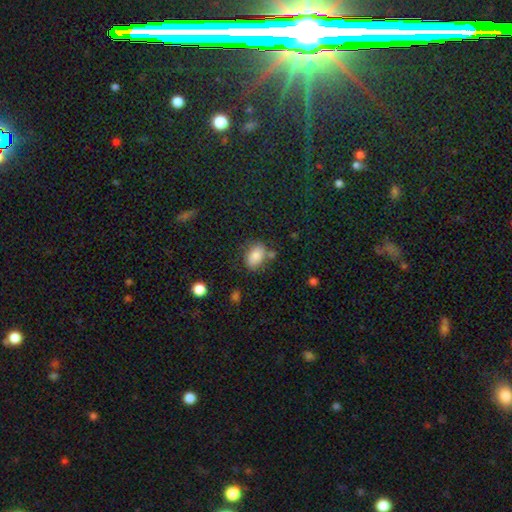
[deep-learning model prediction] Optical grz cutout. It shows a smooth galaxy with no disk features (81%) that is in between round and cigar-shaped (77%). Merging: none (65%).